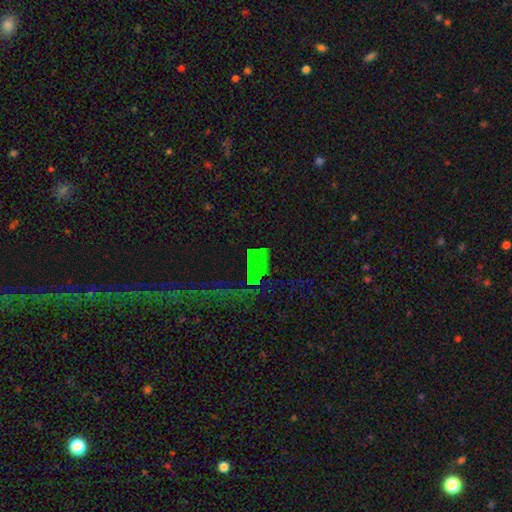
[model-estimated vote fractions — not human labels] Morphology: type=star or artifact (61%).